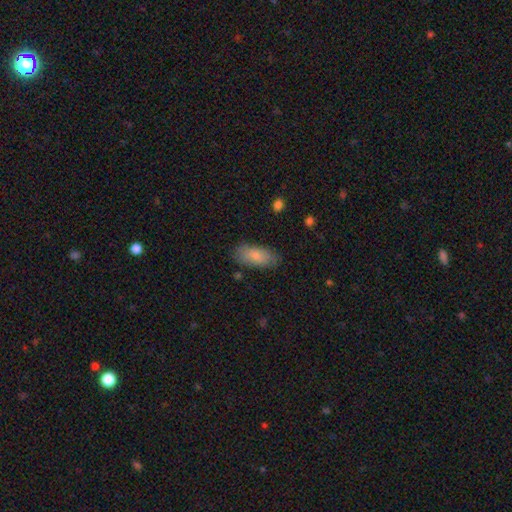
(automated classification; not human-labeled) This is clearly a smooth galaxy (81%). How rounded: clearly in between (87%). Merging: clearly none (80%).